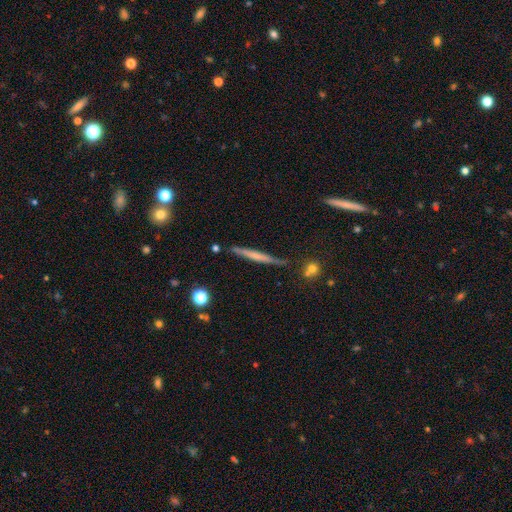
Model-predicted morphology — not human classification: The model was most divided on "smooth or featured": featured or disk: 49%, smooth: 44%, star or artifact: 7%. More confident: merging — none (82%).